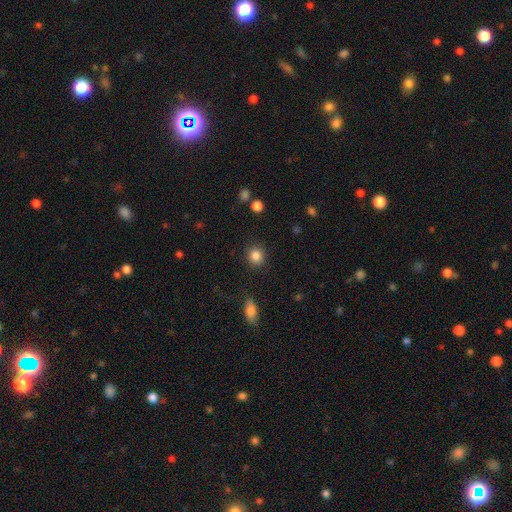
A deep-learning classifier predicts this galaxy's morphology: The model was most divided on "how rounded": round: 86%, in between: 13%, cigar-shaped: 1%. More confident: merging — none (89%); smooth or featured — smooth (86%).